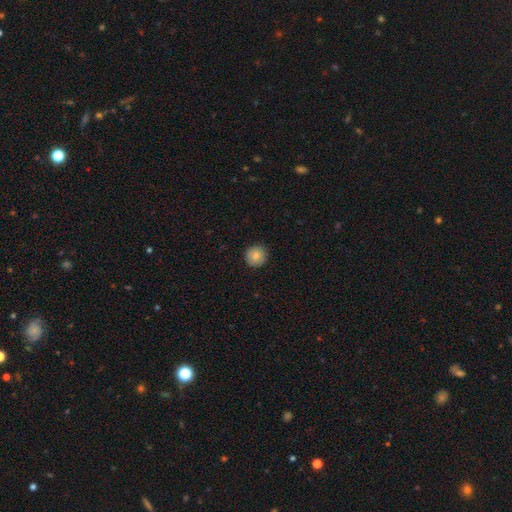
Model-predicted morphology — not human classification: Smooth or featured? Predicted: smooth (p=0.82). How rounded? Predicted: round (p=0.94). Merging? Predicted: none (p=0.91).